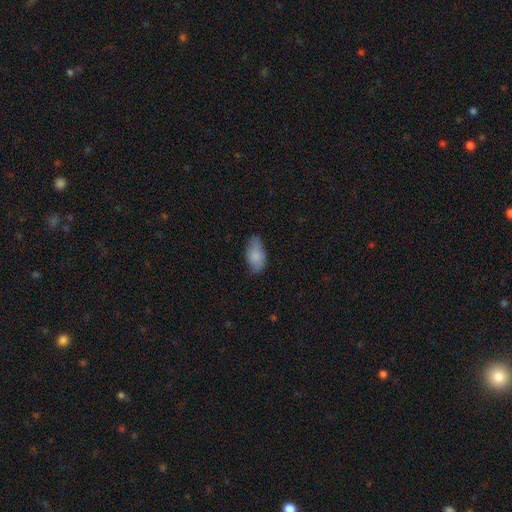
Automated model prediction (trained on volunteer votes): This is clearly a smooth galaxy (84%). How rounded: clearly in between (93%). Merging: likely none (66%).